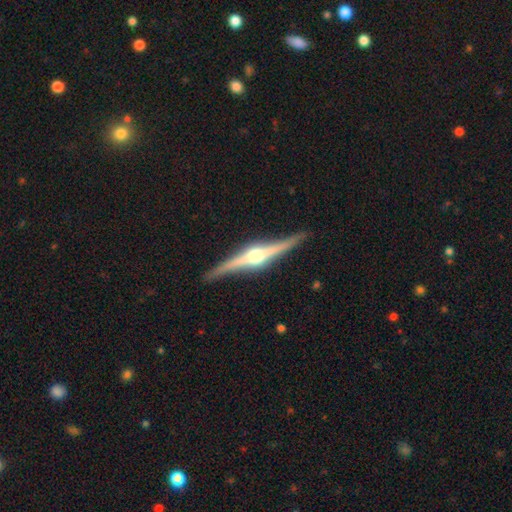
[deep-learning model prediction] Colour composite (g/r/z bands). It shows a featured or disk galaxy (86%) viewed edge-on (98%) with a rounded central bulge (94%). Merging: none (89%).